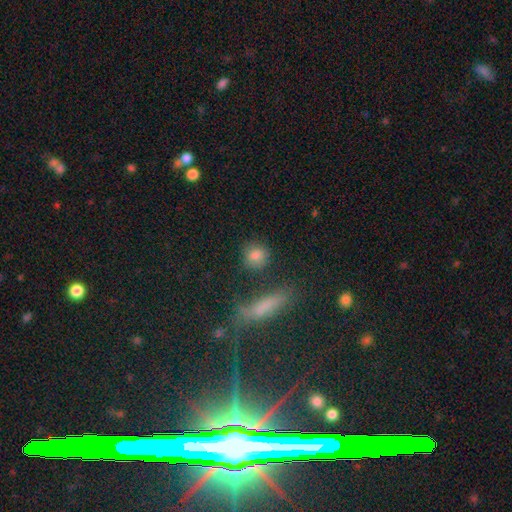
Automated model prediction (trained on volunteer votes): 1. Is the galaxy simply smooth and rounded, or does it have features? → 80% smooth, 12% star or artifact, 8% featured or disk.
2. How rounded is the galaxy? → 79% round, 16% in between, 5% cigar-shaped.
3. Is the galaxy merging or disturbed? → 79% none, 10% minor disturbance, 6% merger, 4% major disturbance.